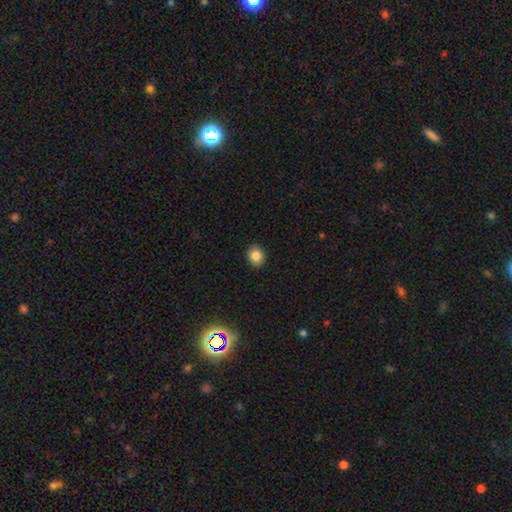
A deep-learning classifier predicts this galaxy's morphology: Q: Smooth or featured?
A: smooth (85%); runner-up: star or artifact (10%)
Q: How rounded?
A: round (60%); runner-up: in between (39%)
Q: Merging?
A: none (90%); runner-up: minor disturbance (7%)